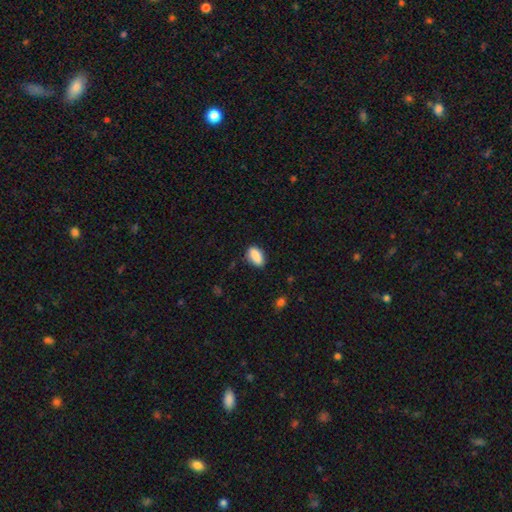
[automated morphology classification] smooth 88%, star or artifact 7%, featured or disk 5%. Down the decision tree: how rounded — in between (88%); merging — none (79%).